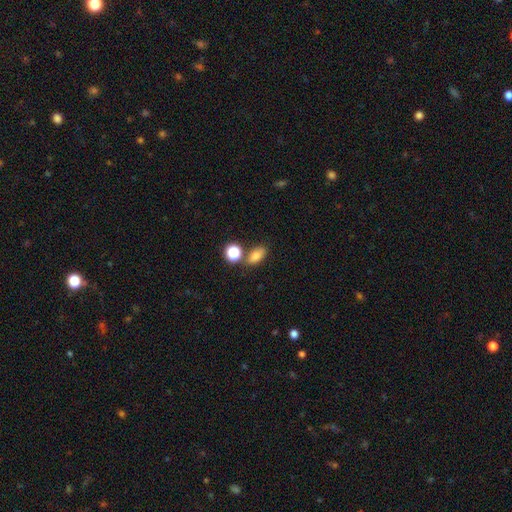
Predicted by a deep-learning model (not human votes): Smooth or featured: smooth — 79% (star or artifact — 13%)
How rounded: in between — 80% (round — 15%)
Merging: none — 70% (merger — 14%)